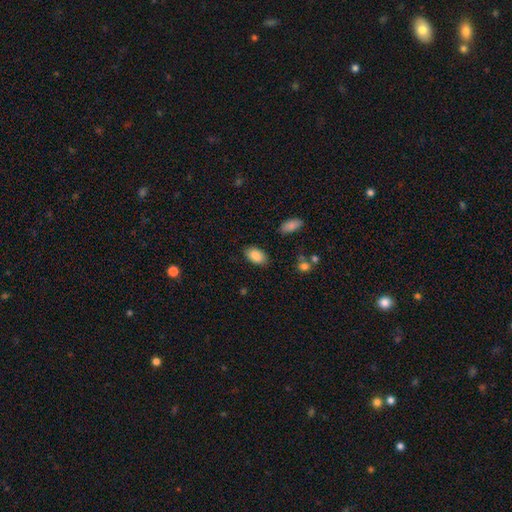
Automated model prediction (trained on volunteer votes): smooth_or_featured: smooth (p=0.88) [alt: star or artifact p=0.07]
how_rounded: in between (p=0.92) [alt: round p=0.06]
merging: none (p=0.84) [alt: minor disturbance p=0.12]